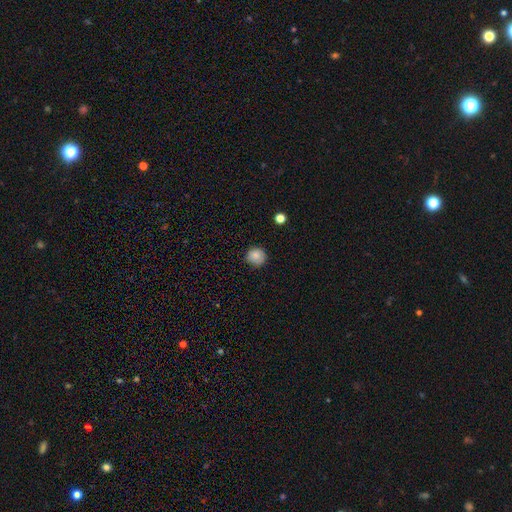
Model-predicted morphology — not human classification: Smooth or featured?
  - smooth: 86% *
  - star or artifact: 10%
  - featured or disk: 5%
How rounded?
  - round: 92% *
  - in between: 7%
  - cigar-shaped: 1%
Merging?
  - none: 84% *
  - minor disturbance: 12%
  - major disturbance: 2%
  - merger: 1%